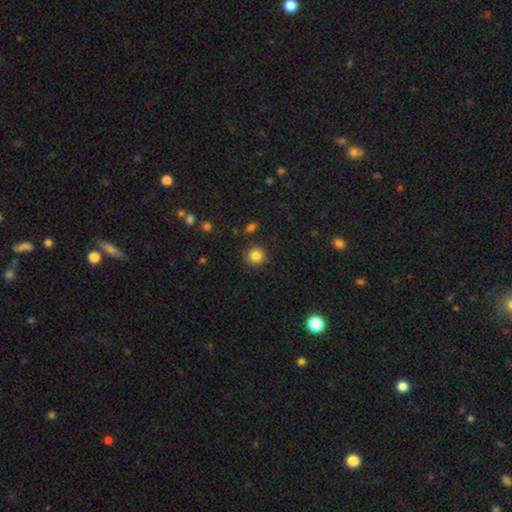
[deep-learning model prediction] Q: Smooth or featured?
A: smooth (84%); runner-up: star or artifact (11%)
Q: How rounded?
A: round (93%); runner-up: in between (6%)
Q: Merging?
A: none (87%); runner-up: minor disturbance (8%)